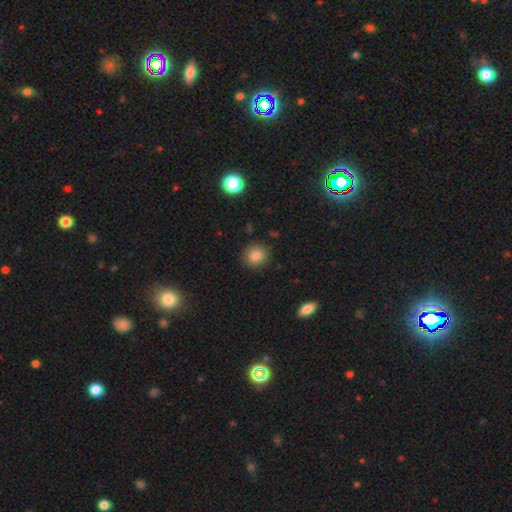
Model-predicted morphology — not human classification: Smooth or featured? Predicted: smooth (p=0.84). How rounded? Predicted: round (p=0.90). Merging? Predicted: none (p=0.89).